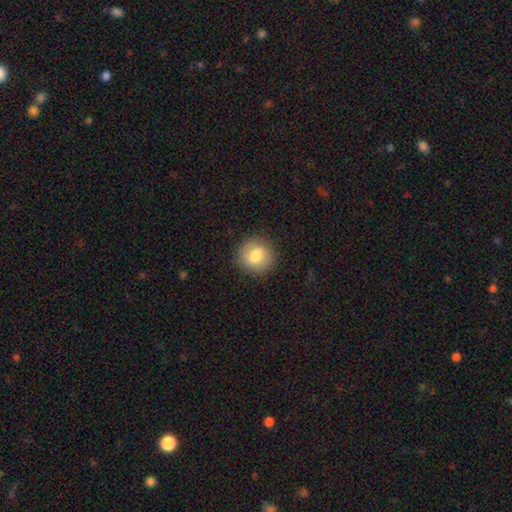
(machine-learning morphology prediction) Smooth or featured? smooth (78%)
How rounded? round (88%)
Merging? none (87%)